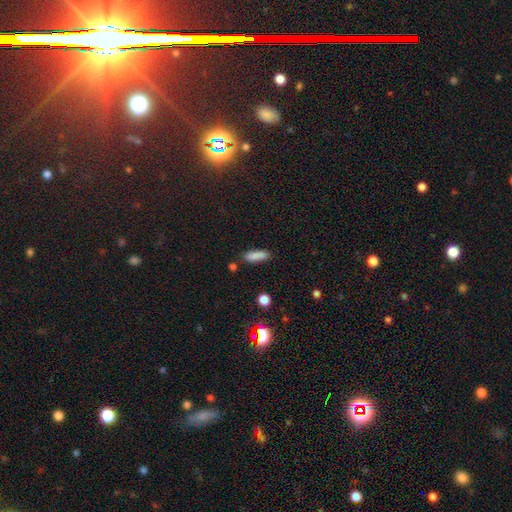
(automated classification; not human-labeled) Q: Smooth or featured?
A: smooth (85%); runner-up: star or artifact (9%)
Q: How rounded?
A: cigar-shaped (49%); runner-up: in between (48%)
Q: Merging?
A: none (80%); runner-up: minor disturbance (13%)